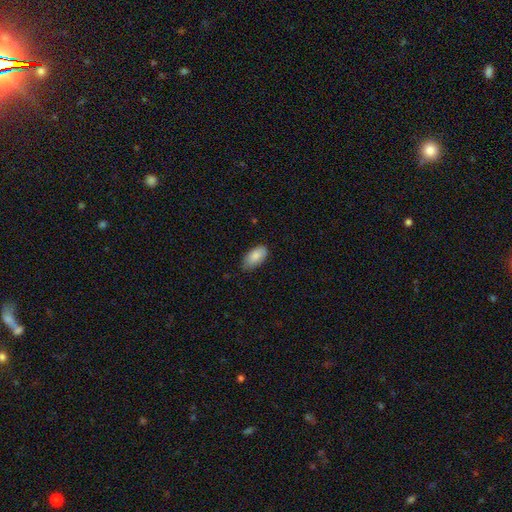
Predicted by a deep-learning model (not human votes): smooth-or-featured: smooth: 86% | featured or disk: 7% | star or artifact: 6%
  how-rounded: in between: 95% | round: 3% | cigar-shaped: 2%
  merging: none: 76% | minor disturbance: 20% | major disturbance: 3% | merger: 1%